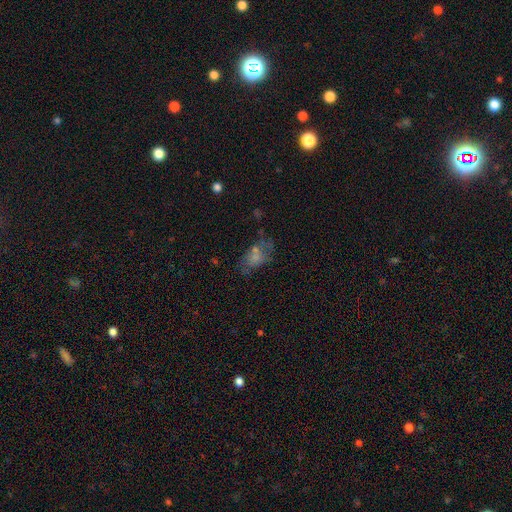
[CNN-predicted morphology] Smooth or featured: smooth — 49% (featured or disk — 36%)
Merging: none — 39% (major disturbance — 25%)